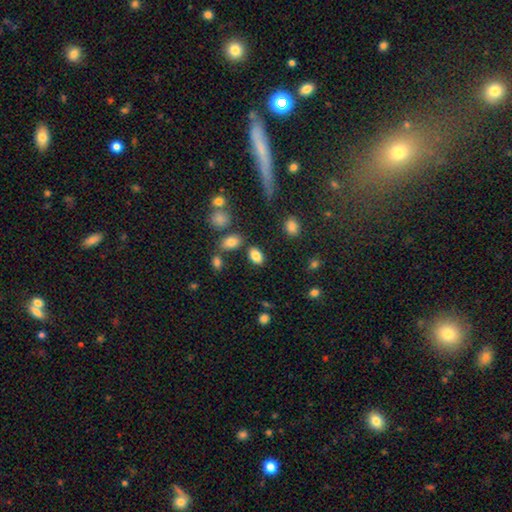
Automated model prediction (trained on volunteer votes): This appears to be a smooth galaxy with no disk features (84%) that is in between round and cigar-shaped (89%). Merging: none (82%).